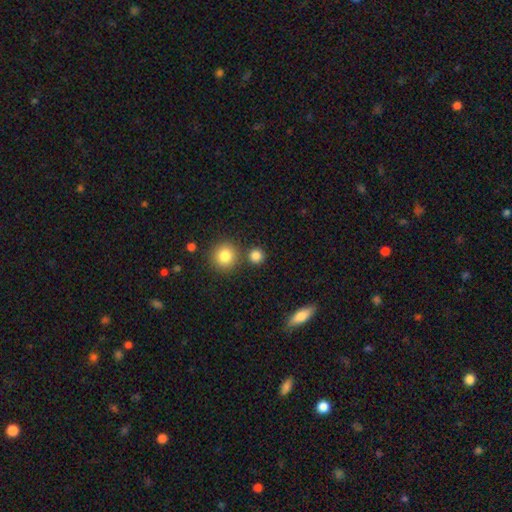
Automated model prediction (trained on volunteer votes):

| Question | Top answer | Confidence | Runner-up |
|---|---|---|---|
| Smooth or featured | smooth | 84% | star or artifact (11%) |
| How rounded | round | 92% | in between (7%) |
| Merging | none | 79% | merger (11%) |